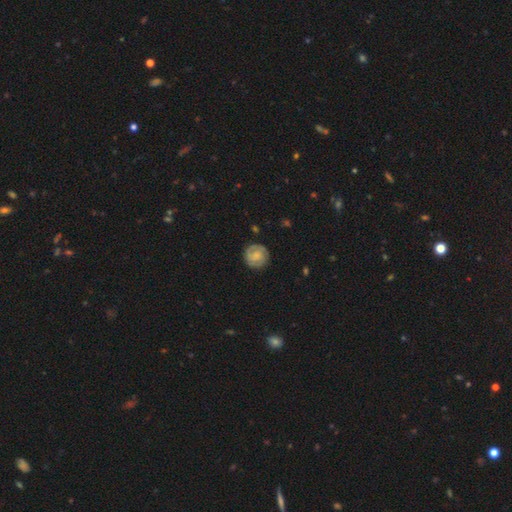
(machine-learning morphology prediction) Smooth or featured?
  - featured or disk: 64% *
  - smooth: 30%
  - star or artifact: 6%
Edge-on disk?
  - no: 98% *
  - yes: 2%
Bar?
  - no: 61% *
  - weak: 33%
  - strong: 6%
Spiral arms?
  - yes: 91% *
  - no: 9%
Spiral winding?
  - tight: 63% *
  - medium: 29%
  - loose: 7%
Spiral arm count?
  - 2: 56% *
  - can't tell: 17%
  - 3: 17%
  - 1: 5%
  - 4: 3%
  - more than 4: 3%
Bulge size?
  - small: 32% *
  - none: 30%
  - moderate: 29%
  - large: 7%
  - dominant: 2%
Merging?
  - none: 84% *
  - minor disturbance: 12%
  - major disturbance: 3%
  - merger: 1%